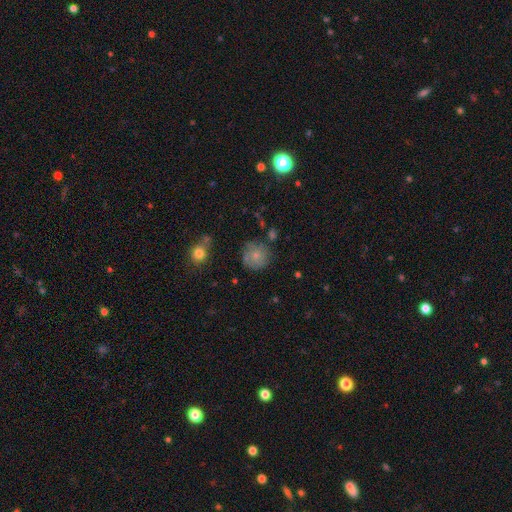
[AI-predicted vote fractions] Smooth or featured?
  - smooth: 63% *
  - featured or disk: 27%
  - star or artifact: 10%
How rounded?
  - round: 90% *
  - in between: 9%
  - cigar-shaped: 1%
Merging?
  - none: 70% *
  - minor disturbance: 20%
  - major disturbance: 6%
  - merger: 4%